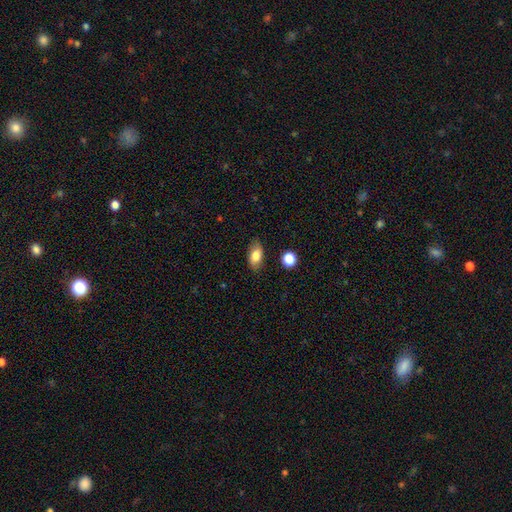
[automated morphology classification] Q: Smooth or featured?
A: smooth (79%); runner-up: featured or disk (13%)
Q: How rounded?
A: in between (89%); runner-up: round (6%)
Q: Merging?
A: none (81%); runner-up: minor disturbance (14%)